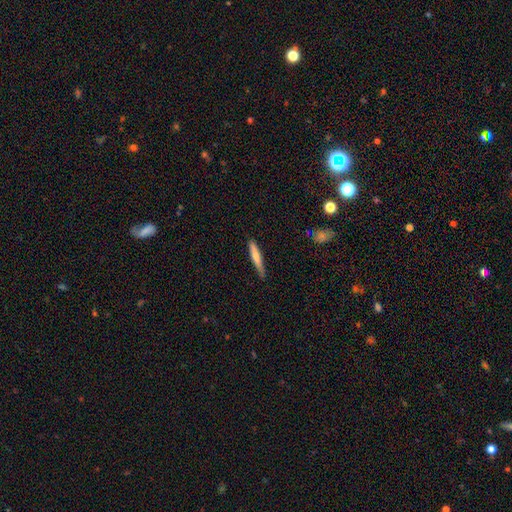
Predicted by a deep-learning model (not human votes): The model was most divided on "smooth or featured": smooth: 64%, featured or disk: 30%, star or artifact: 6%. More confident: how rounded — cigar-shaped (93%); merging — none (82%).